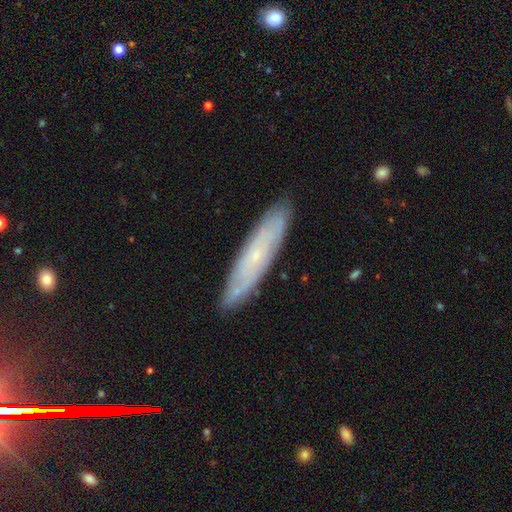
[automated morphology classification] A featured or disk galaxy (60%).

Vote fractions:
- Smooth or featured? featured or disk: 60% / smooth: 33% / star or artifact: 8%
- Edge-on disk? no: 52% / yes: 48%
- Merging? none: 87% / minor disturbance: 10% / major disturbance: 2% / merger: 1%